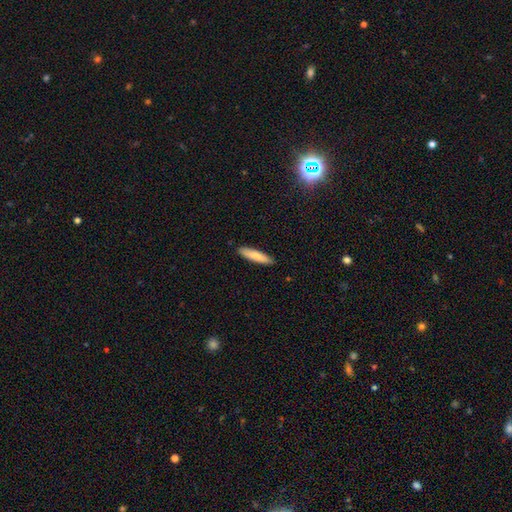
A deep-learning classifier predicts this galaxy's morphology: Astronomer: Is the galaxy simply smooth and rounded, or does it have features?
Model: smooth — 81%.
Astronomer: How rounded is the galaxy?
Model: cigar-shaped — 79%.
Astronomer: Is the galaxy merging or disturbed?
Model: none — 89%.